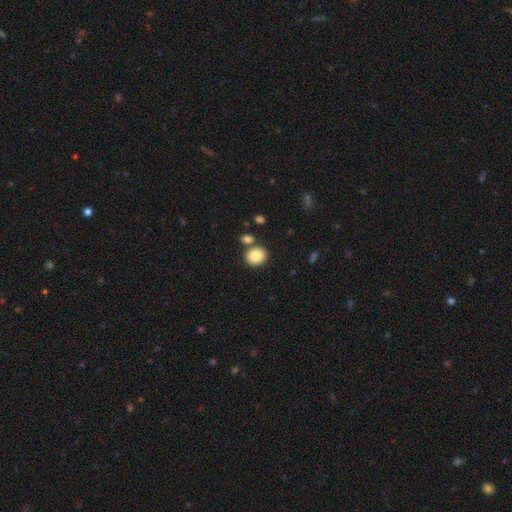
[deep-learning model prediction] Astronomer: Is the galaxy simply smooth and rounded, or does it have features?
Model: smooth — 86%.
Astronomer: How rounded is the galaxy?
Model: round — 73%.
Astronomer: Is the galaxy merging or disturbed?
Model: none — 72%.